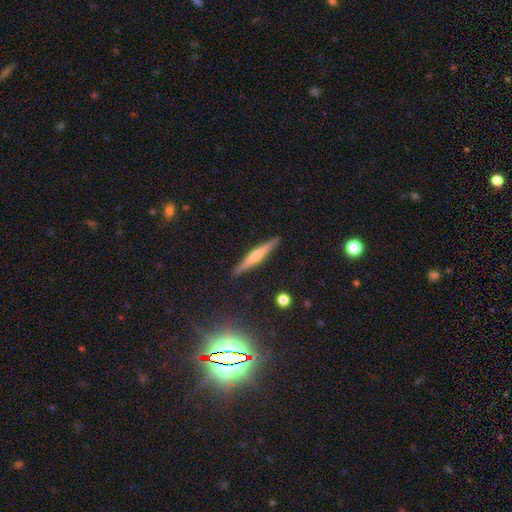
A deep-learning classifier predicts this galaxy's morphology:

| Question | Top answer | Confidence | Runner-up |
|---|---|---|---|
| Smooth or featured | featured or disk | 55% | smooth (34%) |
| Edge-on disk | yes | 96% | no (4%) |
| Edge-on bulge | rounded | 74% | none (18%) |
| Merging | none | 90% | minor disturbance (7%) |